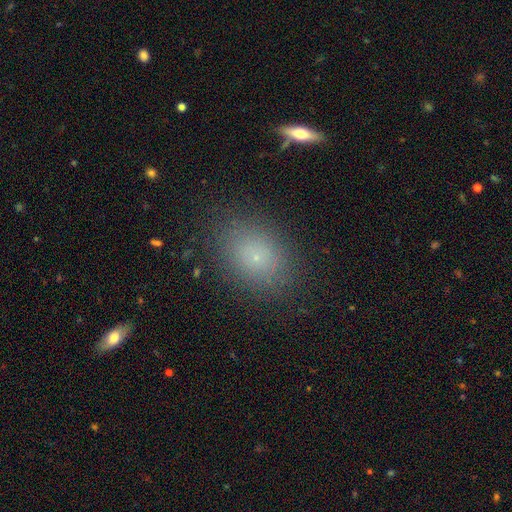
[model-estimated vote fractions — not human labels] smooth 73%, star or artifact 15%, featured or disk 12%. Down the decision tree: how rounded — in between (63%); merging — none (84%).